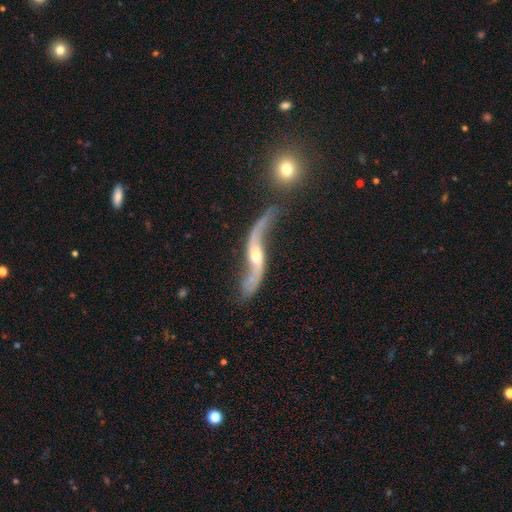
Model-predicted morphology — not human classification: A featured or disk galaxy (90%) with no bar (52%), 2 (94%) loose (92%) spiral arms (96%) and a moderate central bulge (52%).

Vote fractions:
- Smooth or featured? featured or disk: 90% / star or artifact: 5% / smooth: 5%
- Edge-on disk? no: 84% / yes: 16%
- Bar? no: 52% / weak: 31% / strong: 17%
- Spiral arms? yes: 96% / no: 4%
- Spiral winding? loose: 92% / medium: 5% / tight: 3%
- Spiral arm count? 2: 94% / 1: 2% / can't tell: 1% / 3: 1% / 4: 1% / more than 4: 1%
- Bulge size? moderate: 52% / small: 40% / large: 4% / none: 3% / dominant: 2%
- Merging? none: 59% / minor disturbance: 19% / major disturbance: 14% / merger: 9%